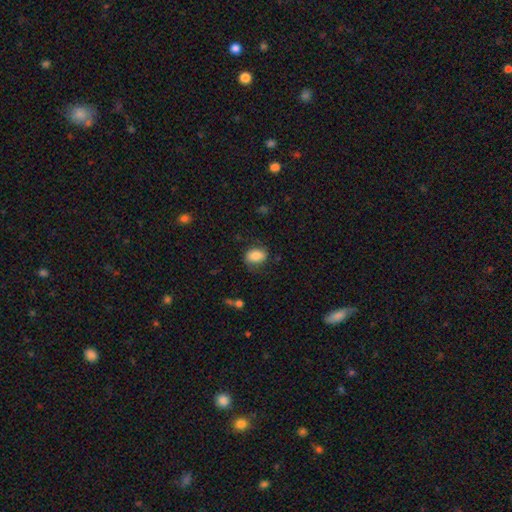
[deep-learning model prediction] A smooth galaxy with no disk features (82%) that is in between round and cigar-shaped (79%).

Vote fractions:
- Smooth or featured? smooth: 82% / featured or disk: 10% / star or artifact: 8%
- How rounded? in between: 79% / round: 20% / cigar-shaped: 1%
- Merging? none: 73% / minor disturbance: 19% / major disturbance: 7% / merger: 1%